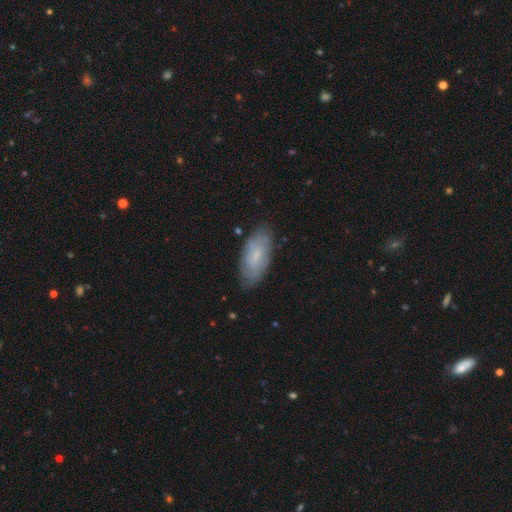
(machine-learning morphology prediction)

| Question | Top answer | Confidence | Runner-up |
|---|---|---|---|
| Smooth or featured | smooth | 51% | featured or disk (42%) |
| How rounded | in between | 87% | cigar-shaped (11%) |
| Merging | none | 77% | minor disturbance (17%) |